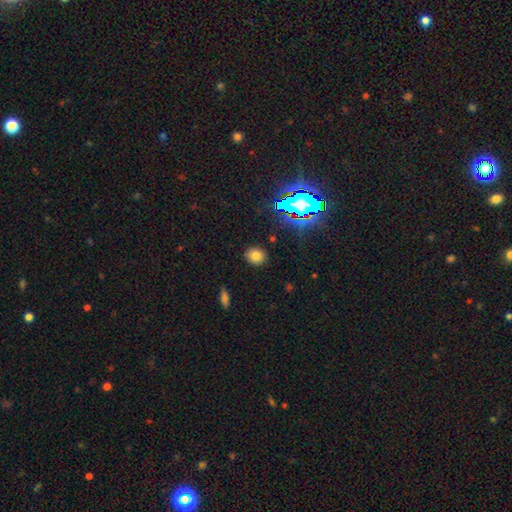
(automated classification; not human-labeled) Smooth or featured: smooth — 75% (star or artifact — 18%)
How rounded: round — 74% (in between — 25%)
Merging: none — 87% (minor disturbance — 9%)